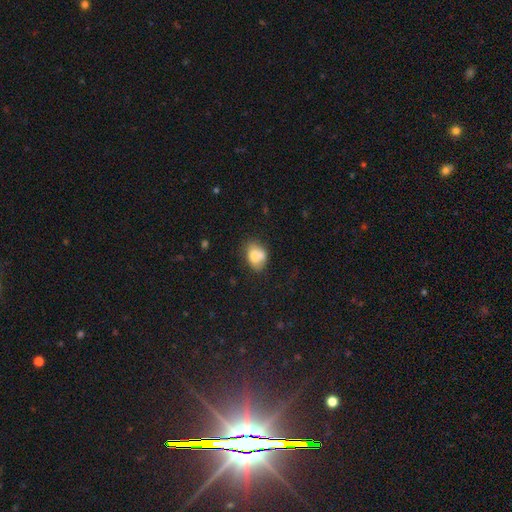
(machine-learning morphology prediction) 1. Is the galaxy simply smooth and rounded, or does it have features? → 75% smooth, 16% featured or disk, 9% star or artifact.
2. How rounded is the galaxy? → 65% in between, 34% round, 1% cigar-shaped.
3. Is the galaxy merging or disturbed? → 47% none, 26% minor disturbance, 19% merger, 9% major disturbance.